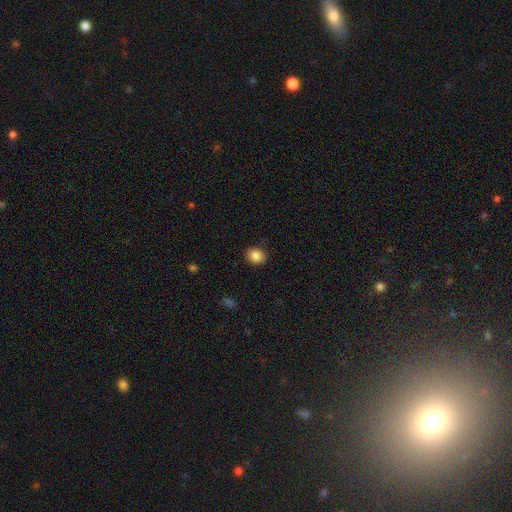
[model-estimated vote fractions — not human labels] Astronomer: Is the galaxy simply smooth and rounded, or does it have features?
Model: smooth — 86%.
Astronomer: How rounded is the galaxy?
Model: round — 73%.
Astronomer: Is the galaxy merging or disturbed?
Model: none — 90%.